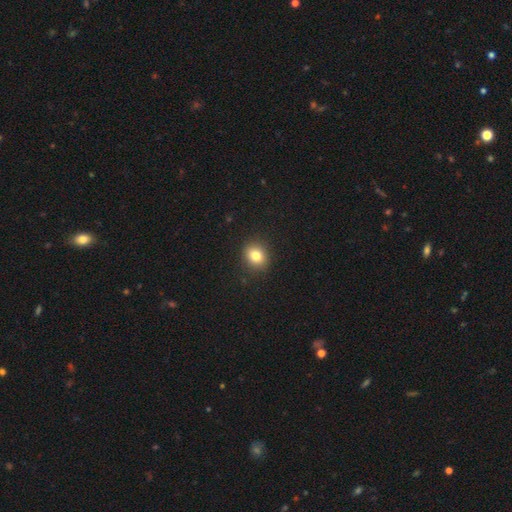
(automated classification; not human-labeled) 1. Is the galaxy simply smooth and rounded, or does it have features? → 81% smooth, 11% star or artifact, 7% featured or disk.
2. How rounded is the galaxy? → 70% round, 29% in between, 1% cigar-shaped.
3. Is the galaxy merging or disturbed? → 90% none, 7% minor disturbance, 2% major disturbance, 1% merger.